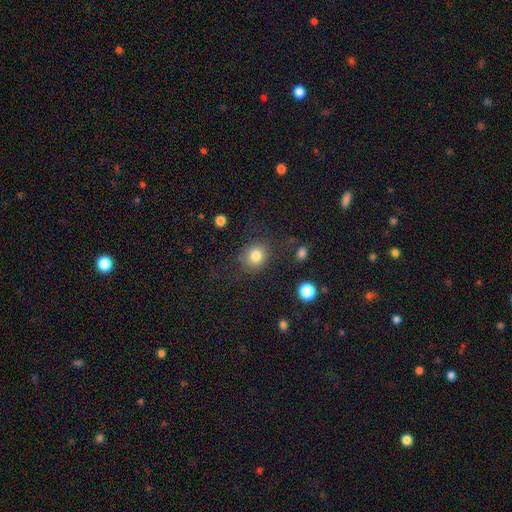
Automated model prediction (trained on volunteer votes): Smooth or featured: smooth — 82% (star or artifact — 11%)
How rounded: round — 73% (in between — 26%)
Merging: none — 76% (minor disturbance — 14%)